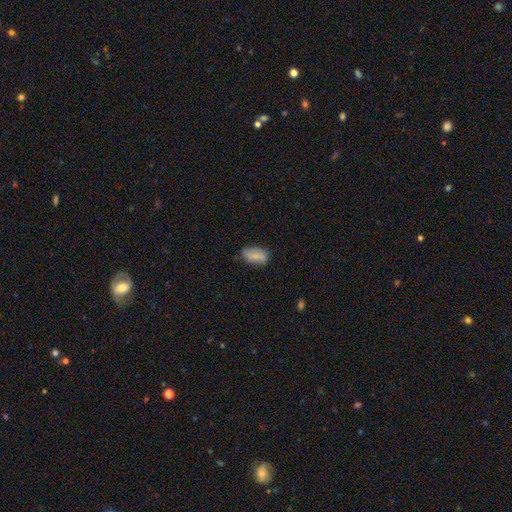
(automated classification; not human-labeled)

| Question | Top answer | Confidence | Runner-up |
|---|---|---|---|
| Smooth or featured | smooth | 74% | featured or disk (19%) |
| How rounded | in between | 92% | round (4%) |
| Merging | none | 70% | minor disturbance (22%) |